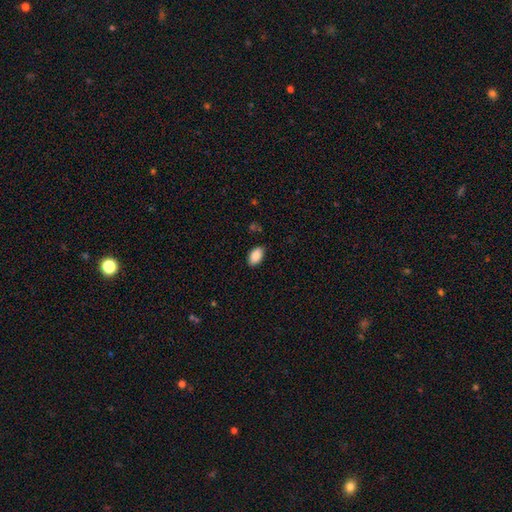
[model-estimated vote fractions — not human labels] Overall: smooth (88%). How rounded: in between (94%). Merging: none (86%).